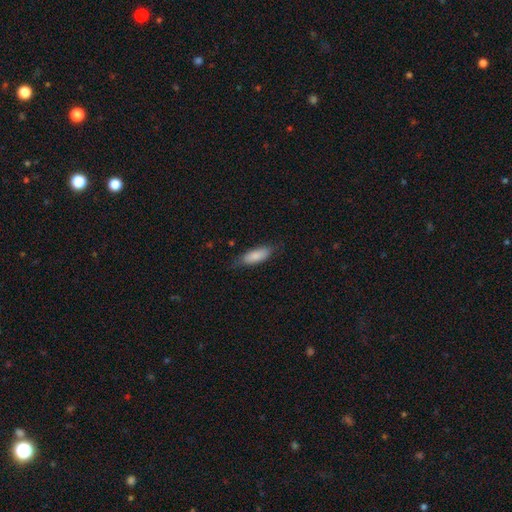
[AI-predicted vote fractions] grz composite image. It shows a smooth galaxy with no disk features (85%) that is in between round and cigar-shaped (71%). Merging: none (76%).